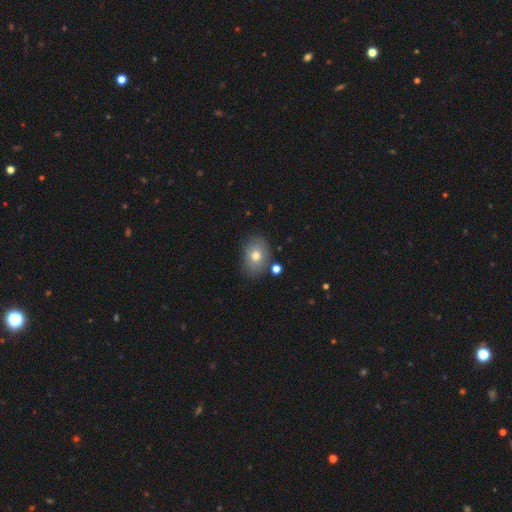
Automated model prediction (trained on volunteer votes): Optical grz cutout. It shows a smooth galaxy with no disk features (73%) that is in between round and cigar-shaped (73%). Merging: none (79%).